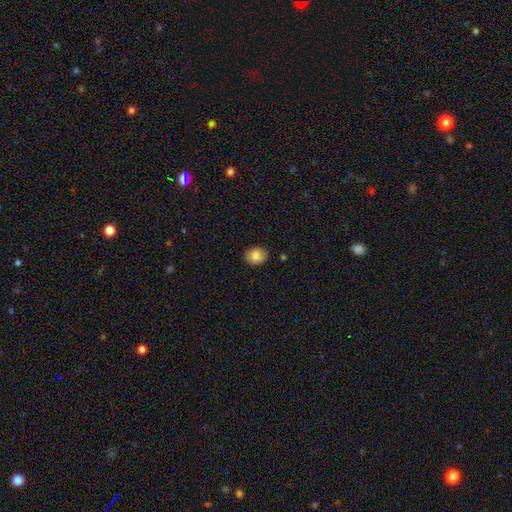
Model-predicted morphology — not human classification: type=smooth (73%); roundness=round (58%); merging=none (82%).